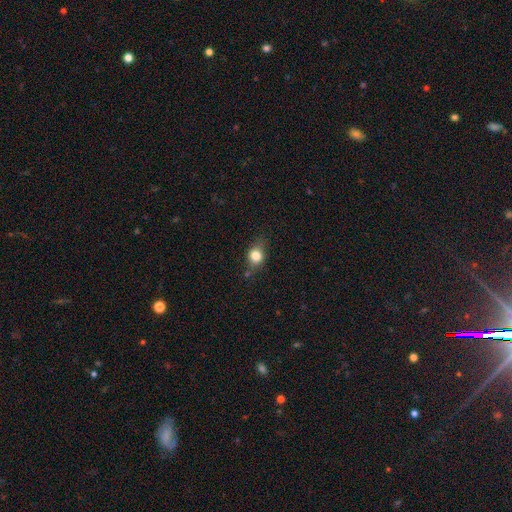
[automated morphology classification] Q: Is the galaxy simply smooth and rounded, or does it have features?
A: smooth — 79%.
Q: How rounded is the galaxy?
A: round — 56%.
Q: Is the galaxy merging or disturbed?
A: none — 67%.